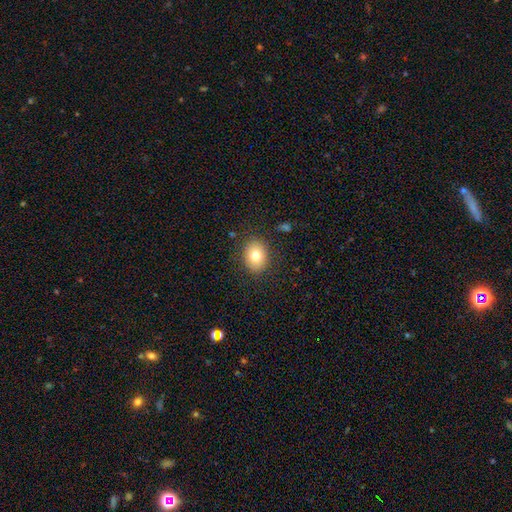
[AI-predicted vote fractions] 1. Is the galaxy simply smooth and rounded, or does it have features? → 78% smooth, 12% featured or disk, 10% star or artifact.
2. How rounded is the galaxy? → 51% in between, 49% round, 1% cigar-shaped.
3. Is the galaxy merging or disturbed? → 86% none, 9% minor disturbance, 3% major disturbance, 1% merger.